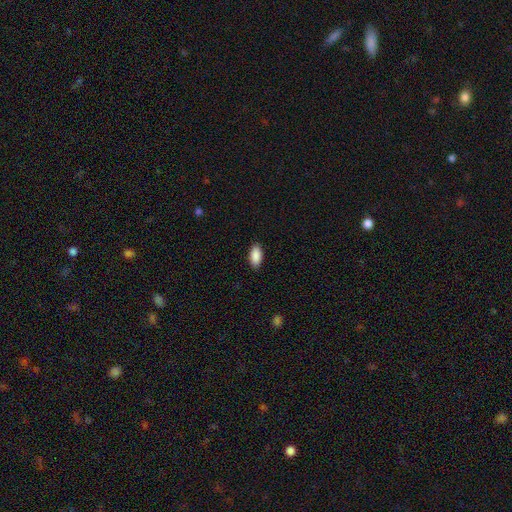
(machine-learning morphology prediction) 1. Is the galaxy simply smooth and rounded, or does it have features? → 90% smooth, 6% star or artifact, 4% featured or disk.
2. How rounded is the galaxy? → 90% in between, 8% cigar-shaped, 2% round.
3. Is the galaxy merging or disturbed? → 88% none, 9% minor disturbance, 2% major disturbance, 1% merger.